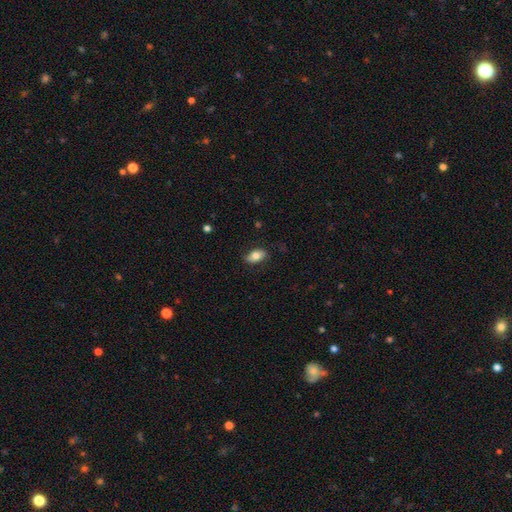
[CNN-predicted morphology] Overall: smooth (76%). How rounded: in between (90%). Merging: none (79%).